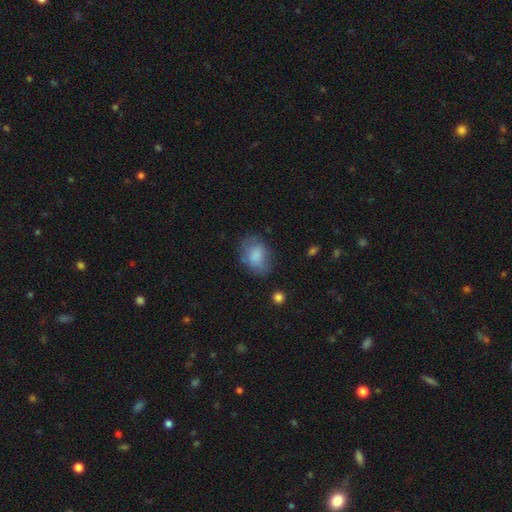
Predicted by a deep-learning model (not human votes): A smooth galaxy with no disk features (78%) that is in between round and cigar-shaped (71%).

Vote fractions:
- Smooth or featured? smooth: 78% / featured or disk: 14% / star or artifact: 8%
- How rounded? in between: 71% / round: 28% / cigar-shaped: 1%
- Merging? none: 60% / minor disturbance: 26% / major disturbance: 11% / merger: 3%